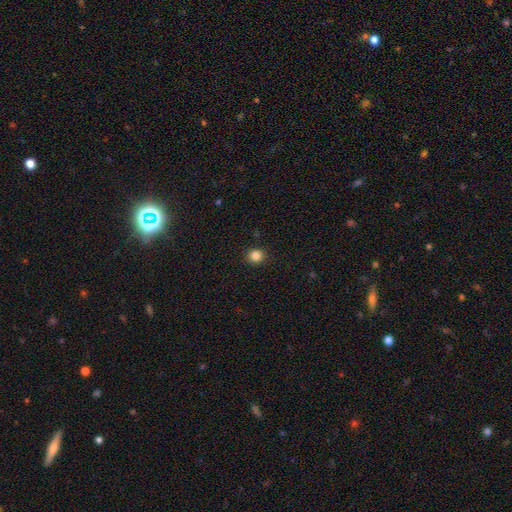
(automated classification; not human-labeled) Smooth or featured?
  - smooth: 84% *
  - star or artifact: 12%
  - featured or disk: 4%
How rounded?
  - round: 84% *
  - in between: 15%
  - cigar-shaped: 1%
Merging?
  - none: 90% *
  - minor disturbance: 7%
  - major disturbance: 2%
  - merger: 1%